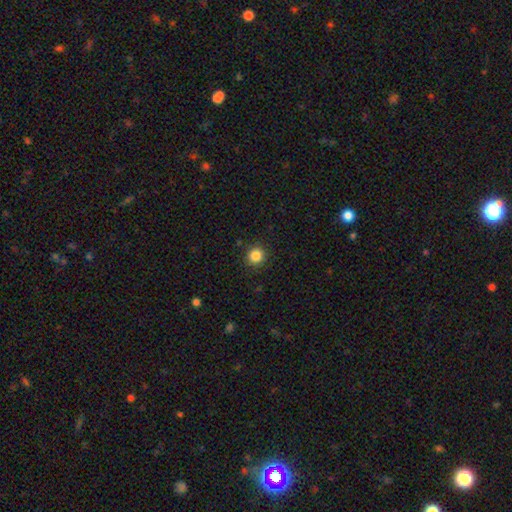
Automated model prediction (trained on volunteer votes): Smooth or featured? Predicted: smooth (p=0.85). How rounded? Predicted: round (p=0.92). Merging? Predicted: none (p=0.90).